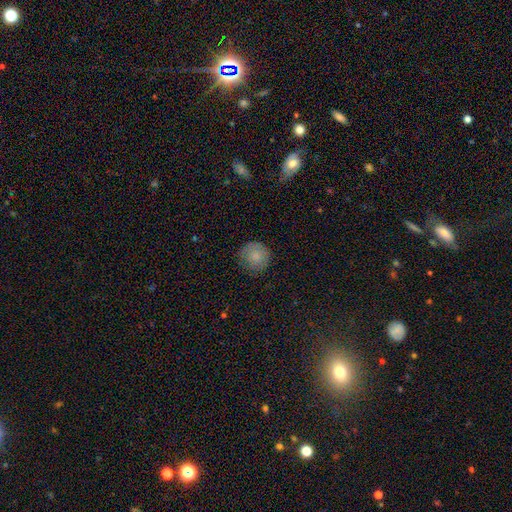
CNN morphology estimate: Smooth or featured?
  - smooth: 81% *
  - featured or disk: 11%
  - star or artifact: 8%
How rounded?
  - round: 93% *
  - in between: 6%
  - cigar-shaped: 1%
Merging?
  - none: 81% *
  - minor disturbance: 14%
  - major disturbance: 3%
  - merger: 1%